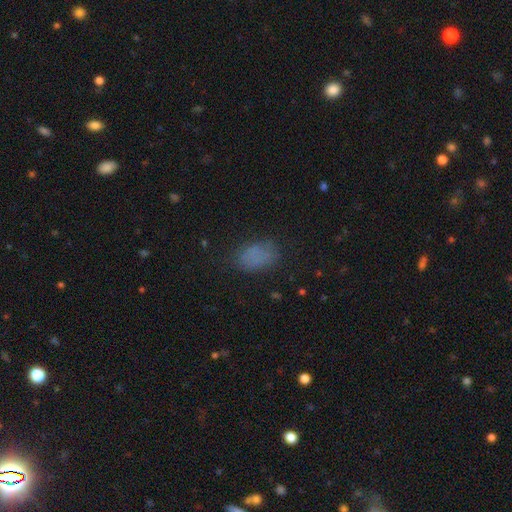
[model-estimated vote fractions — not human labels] smooth 77%, star or artifact 14%, featured or disk 9%. Down the decision tree: how rounded — in between (87%); merging — none (73%).